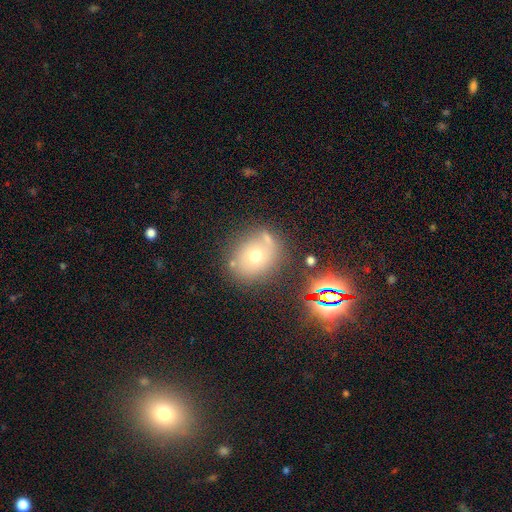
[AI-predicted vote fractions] A smooth galaxy with no disk features (59%) that is round (67%).

Vote fractions:
- Smooth or featured? smooth: 59% / featured or disk: 22% / star or artifact: 19%
- How rounded? round: 67% / in between: 32% / cigar-shaped: 1%
- Merging? none: 69% / minor disturbance: 15% / merger: 10% / major disturbance: 6%